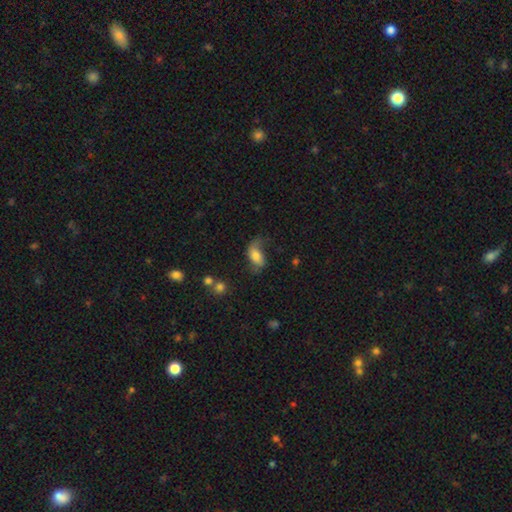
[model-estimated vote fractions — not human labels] Morphology: type=smooth (59%); roundness=in between (88%); merging=none (42%).